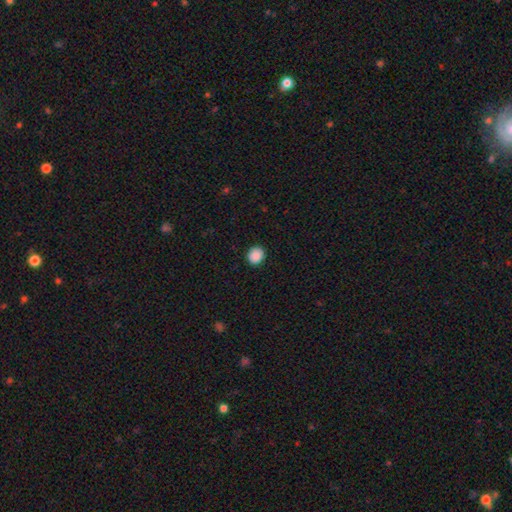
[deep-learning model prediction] A smooth galaxy with no disk features (89%) that is round (76%).

Vote fractions:
- Smooth or featured? smooth: 89% / star or artifact: 8% / featured or disk: 3%
- How rounded? round: 76% / in between: 23% / cigar-shaped: 1%
- Merging? none: 90% / minor disturbance: 7% / major disturbance: 2% / merger: 1%